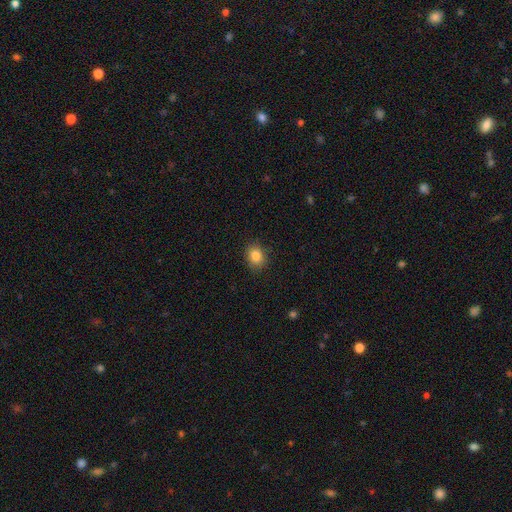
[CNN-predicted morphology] A smooth galaxy with no disk features (84%) that is round (51%). Merging: none (87%).